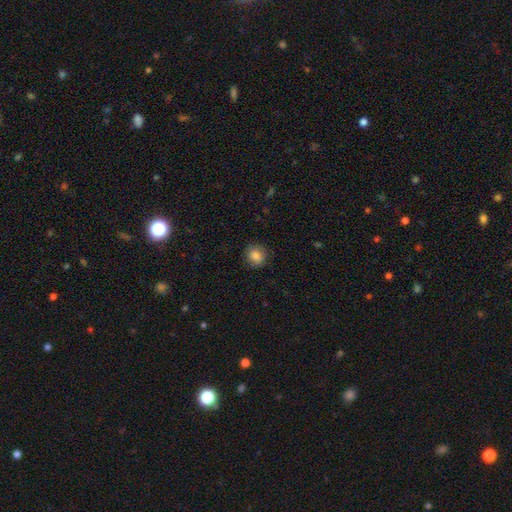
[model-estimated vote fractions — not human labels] This is clearly a smooth galaxy (83%). How rounded: clearly round (84%). Merging: clearly none (83%).